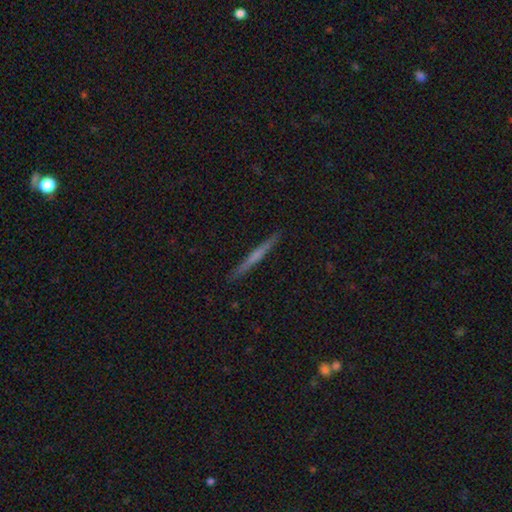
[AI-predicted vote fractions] The model was most divided on "smooth or featured": featured or disk: 54%, smooth: 40%, star or artifact: 6%. More confident: edge-on disk — yes (97%); merging — none (92%); edge-on bulge — none (66%).